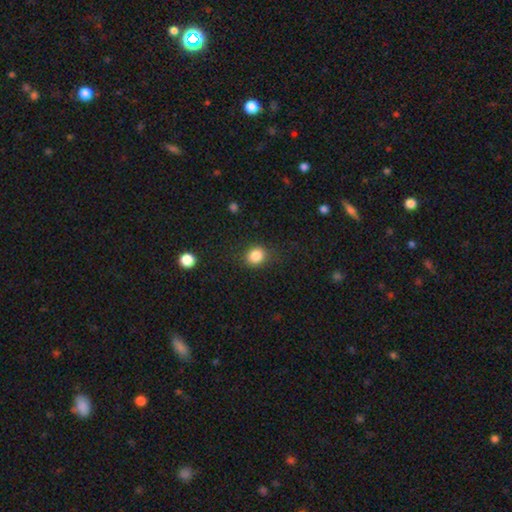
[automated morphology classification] type=smooth (85%); roundness=round (69%); merging=none (81%).